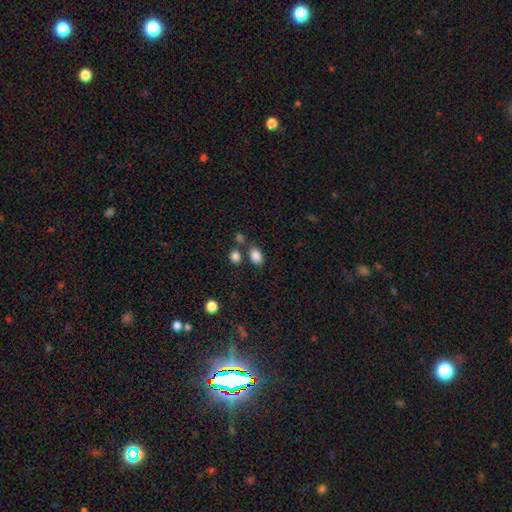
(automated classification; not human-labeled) smooth_or_featured: smooth (p=0.85) [alt: star or artifact p=0.10]
how_rounded: in between (p=0.78) [alt: round p=0.20]
merging: none (p=0.70) [alt: merger p=0.14]